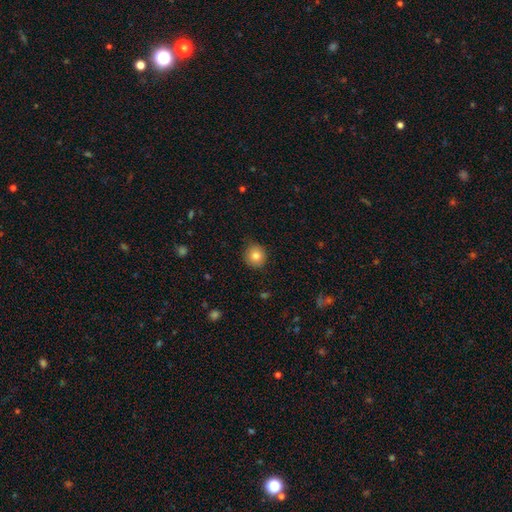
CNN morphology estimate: This appears to be a smooth galaxy with no disk features (83%) that is round (91%). Merging: none (87%).